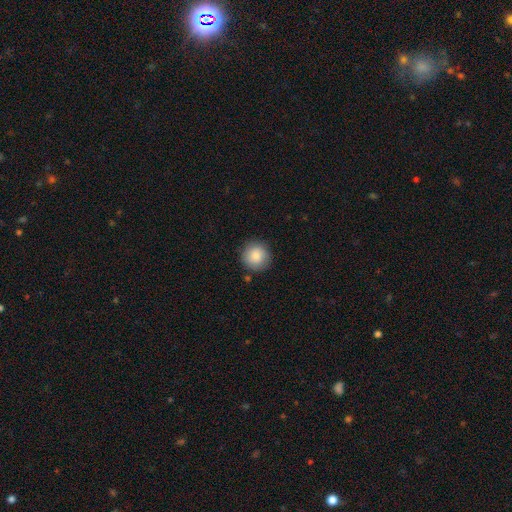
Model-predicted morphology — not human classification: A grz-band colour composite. It shows a smooth galaxy with no disk features (86%) that is round (94%). Merging: none (87%).